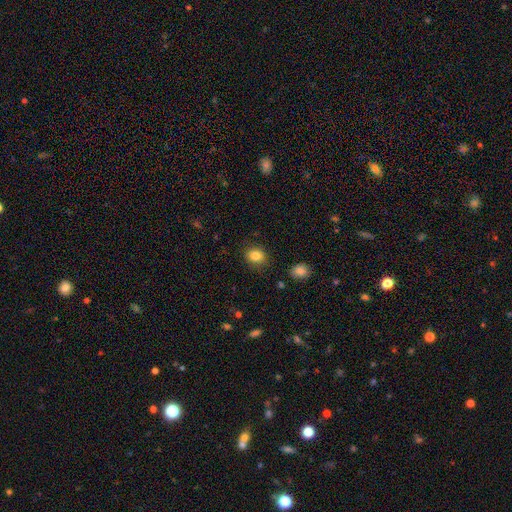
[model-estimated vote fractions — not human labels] Smooth or featured?
  - smooth: 84% *
  - star or artifact: 10%
  - featured or disk: 6%
How rounded?
  - round: 63% *
  - in between: 37%
  - cigar-shaped: 1%
Merging?
  - none: 85% *
  - minor disturbance: 11%
  - major disturbance: 3%
  - merger: 2%